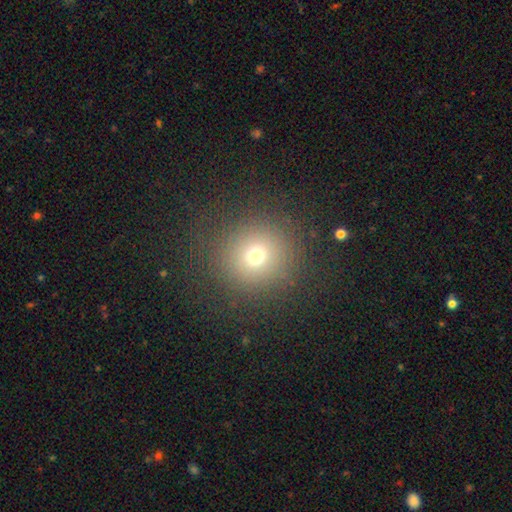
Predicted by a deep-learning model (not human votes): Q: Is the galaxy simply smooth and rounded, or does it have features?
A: smooth — 70%.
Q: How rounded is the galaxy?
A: round — 92%.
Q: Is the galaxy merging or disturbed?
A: none — 85%.